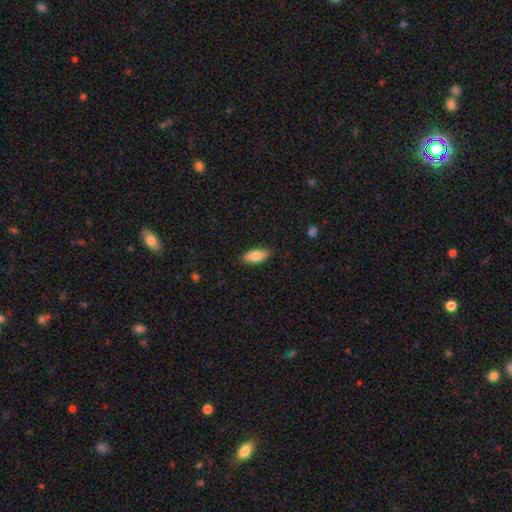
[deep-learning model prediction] smooth 82%, featured or disk 12%, star or artifact 6%. Down the decision tree: how rounded — in between (86%); merging — none (87%).